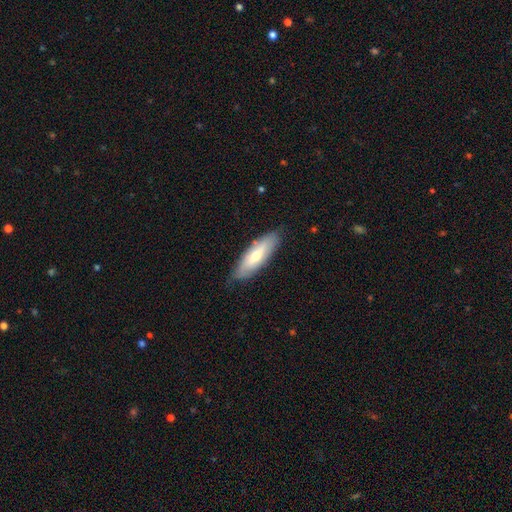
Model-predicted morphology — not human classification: Smooth or featured?
  - smooth: 53% *
  - featured or disk: 40%
  - star or artifact: 6%
How rounded?
  - in between: 53% *
  - cigar-shaped: 45%
  - round: 2%
Merging?
  - none: 81% *
  - minor disturbance: 15%
  - major disturbance: 3%
  - merger: 1%